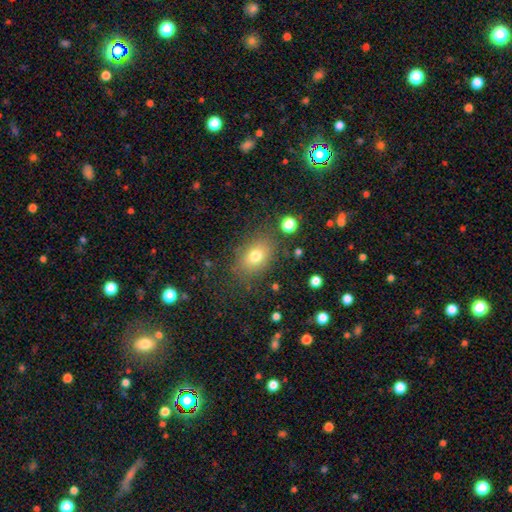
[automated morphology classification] type=smooth (75%); roundness=in between (67%); merging=none (81%).